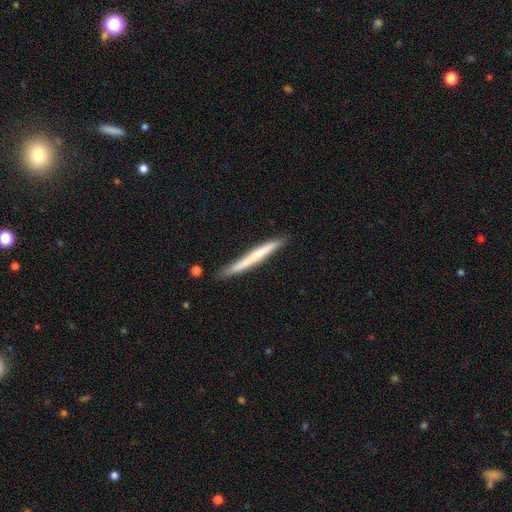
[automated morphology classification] type=smooth (59%); roundness=cigar-shaped (97%); merging=none (82%).